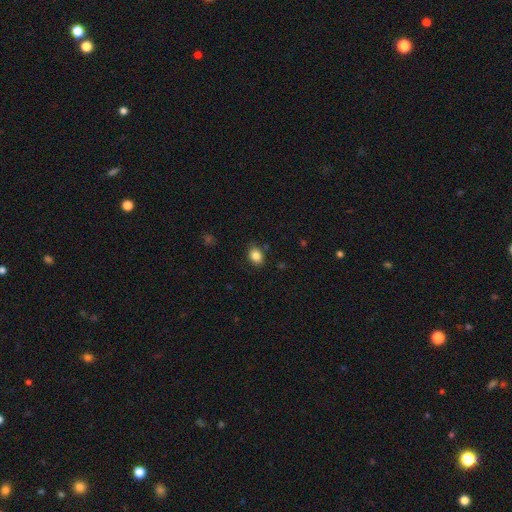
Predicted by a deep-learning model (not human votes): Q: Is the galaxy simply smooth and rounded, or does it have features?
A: smooth — 85%.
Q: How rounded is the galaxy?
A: in between — 67%.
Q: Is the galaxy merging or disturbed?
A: none — 83%.